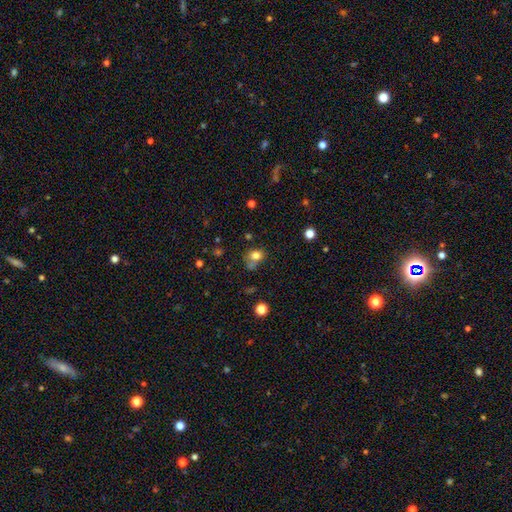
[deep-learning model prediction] smooth_or_featured: smooth (p=0.77) [alt: star or artifact p=0.14]
how_rounded: round (p=0.61) [alt: in between p=0.38]
merging: none (p=0.49) [alt: minor disturbance p=0.23]